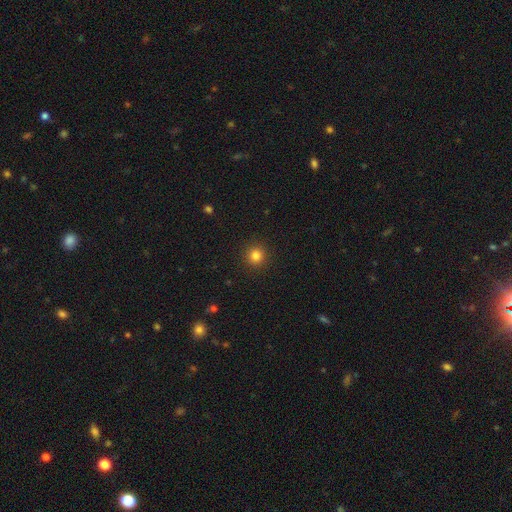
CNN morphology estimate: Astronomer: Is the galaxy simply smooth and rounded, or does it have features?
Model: smooth — 82%.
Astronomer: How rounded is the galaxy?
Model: round — 94%.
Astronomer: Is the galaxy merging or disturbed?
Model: none — 92%.